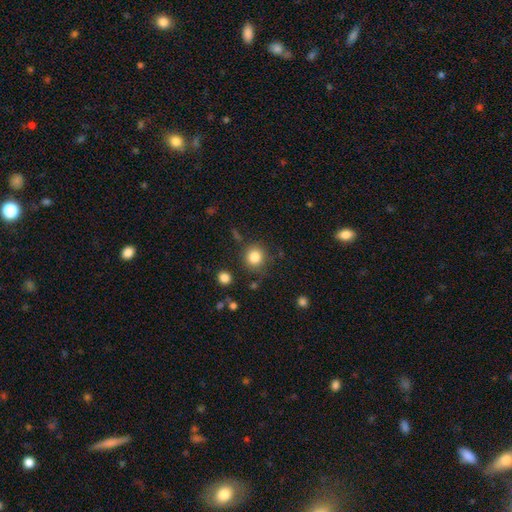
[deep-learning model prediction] Smooth or featured: smooth — 84% (star or artifact — 10%)
How rounded: round — 90% (in between — 9%)
Merging: none — 83% (minor disturbance — 10%)